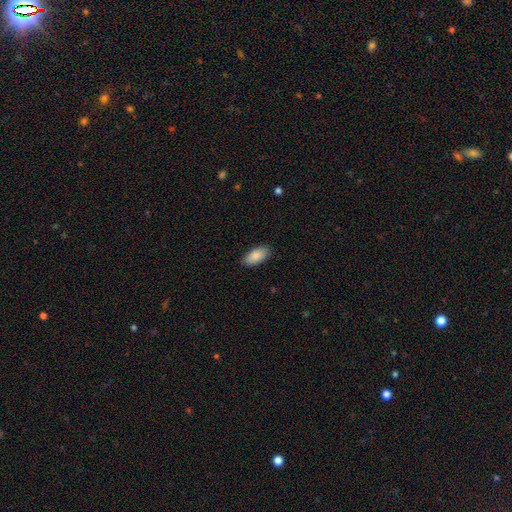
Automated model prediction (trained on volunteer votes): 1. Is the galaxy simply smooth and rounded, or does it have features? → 88% smooth, 6% star or artifact, 6% featured or disk.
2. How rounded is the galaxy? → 93% in between, 5% cigar-shaped, 2% round.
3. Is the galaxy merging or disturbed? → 87% none, 10% minor disturbance, 2% major disturbance, 1% merger.